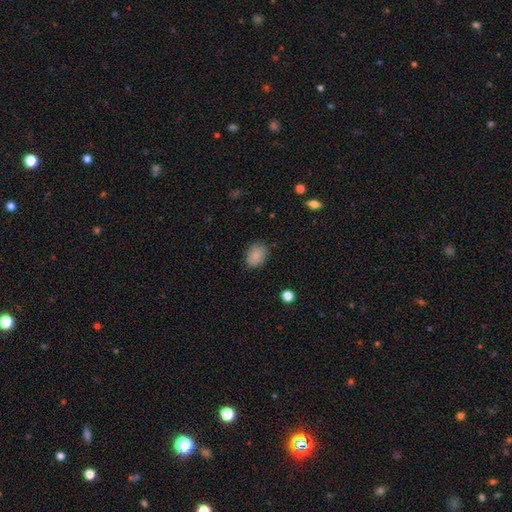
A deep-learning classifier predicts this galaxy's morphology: A smooth galaxy with no disk features (87%) that is in between round and cigar-shaped (74%). Merging: none (80%).